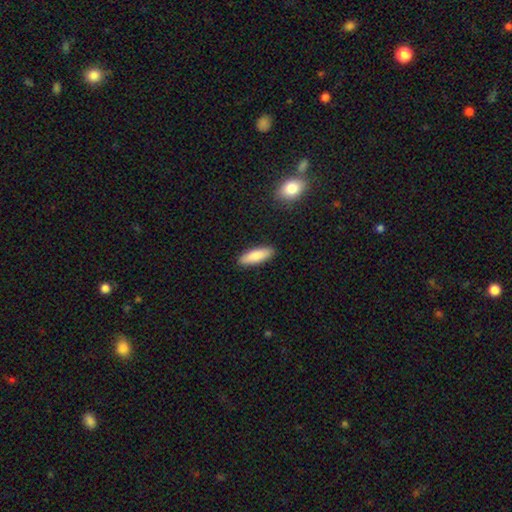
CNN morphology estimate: Smooth or featured: smooth — 85% (featured or disk — 9%)
How rounded: in between — 51% (cigar-shaped — 47%)
Merging: none — 90% (minor disturbance — 7%)